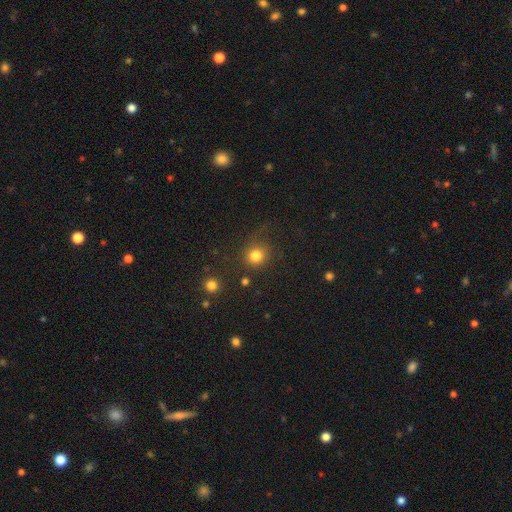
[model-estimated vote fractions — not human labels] Morphology: type=smooth (80%); roundness=round (89%); merging=none (74%).